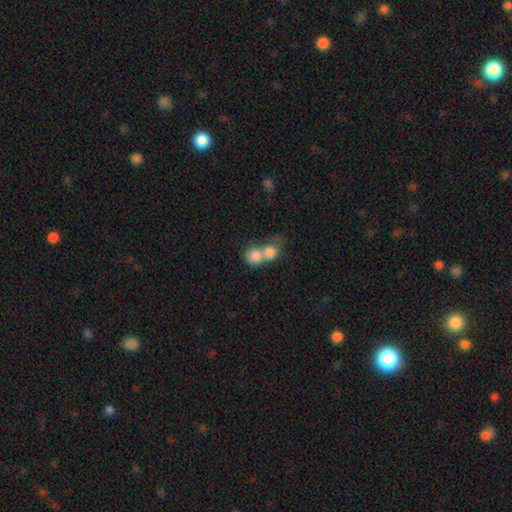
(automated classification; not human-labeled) smooth 80%, featured or disk 12%, star or artifact 8%. Down the decision tree: how rounded — round (71%); merging — merger (72%).